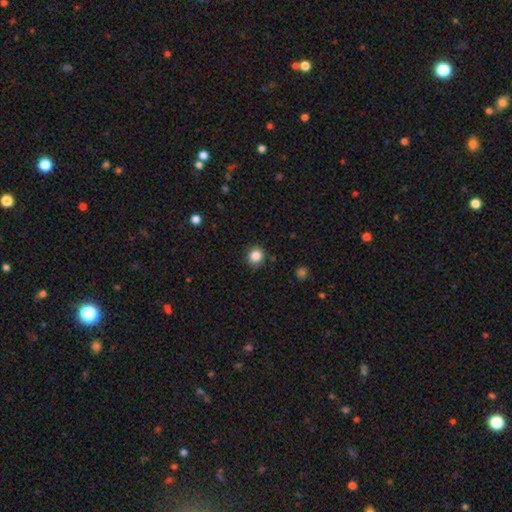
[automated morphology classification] type=smooth (85%); roundness=round (84%); merging=none (87%).